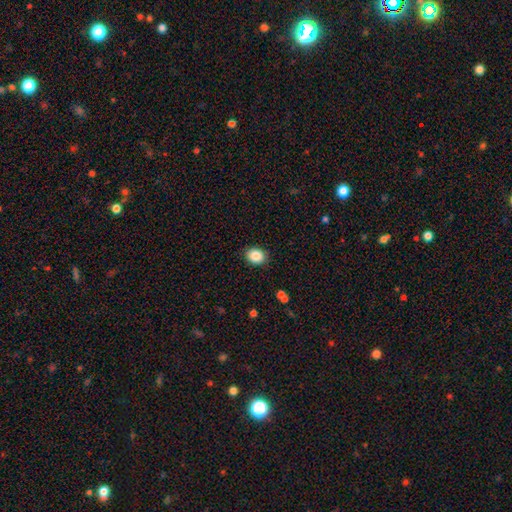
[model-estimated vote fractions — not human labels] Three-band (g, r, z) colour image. It shows a smooth galaxy with no disk features (87%) that is in between round and cigar-shaped (53%). Merging: none (88%).